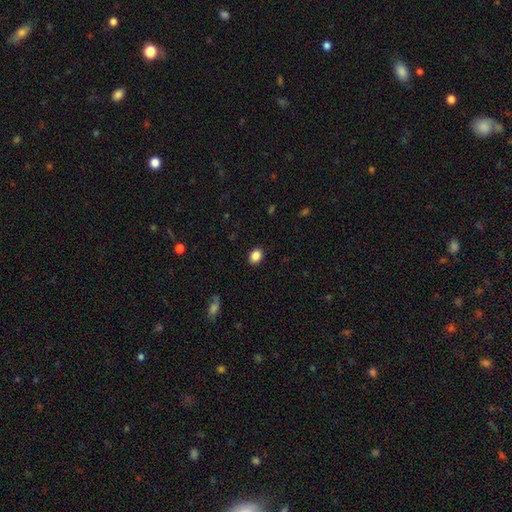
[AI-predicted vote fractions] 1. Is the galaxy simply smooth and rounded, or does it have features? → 87% smooth, 9% star or artifact, 4% featured or disk.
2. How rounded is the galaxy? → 65% in between, 34% round, 1% cigar-shaped.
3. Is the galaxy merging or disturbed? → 89% none, 8% minor disturbance, 2% major disturbance, 1% merger.